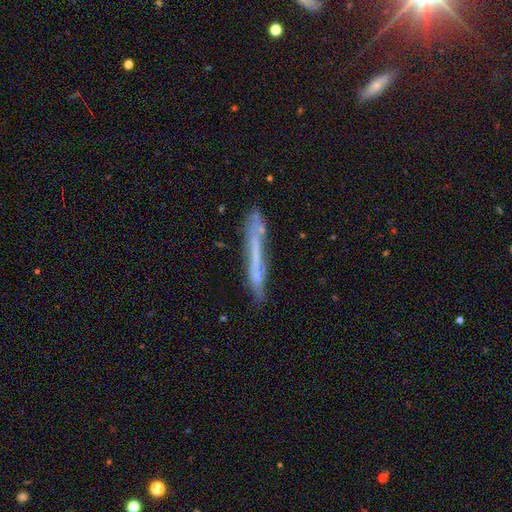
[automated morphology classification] featured or disk 50%, smooth 40%, star or artifact 10%. Down the decision tree: edge-on disk — yes (77%); merging — none (61%).